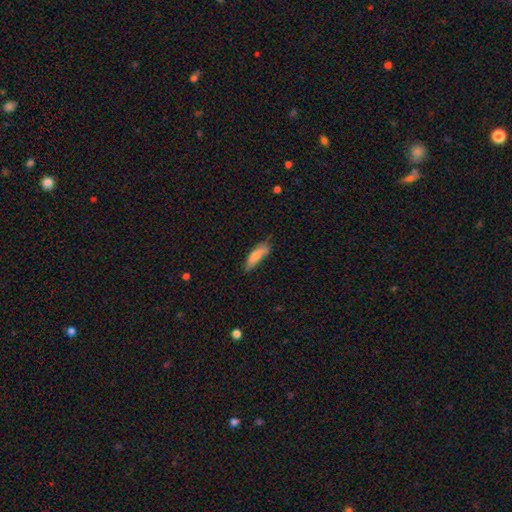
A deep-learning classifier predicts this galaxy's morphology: A smooth galaxy with no disk features (76%) that is cigar-shaped (56%). Merging: none (51%).